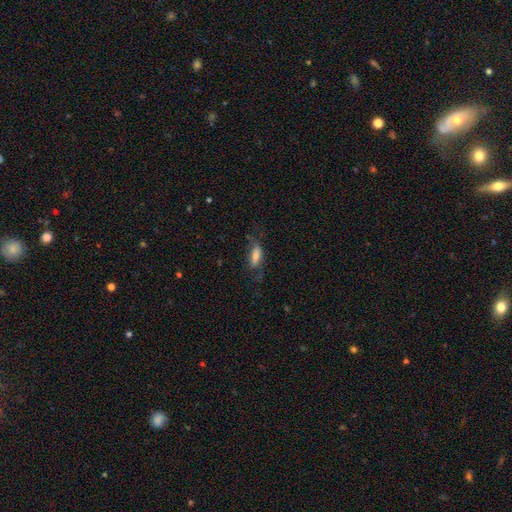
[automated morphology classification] smooth_or_featured: smooth (p=0.65) [alt: featured or disk p=0.27]
how_rounded: in between (p=0.67) [alt: cigar-shaped p=0.30]
merging: none (p=0.51) [alt: minor disturbance p=0.25]